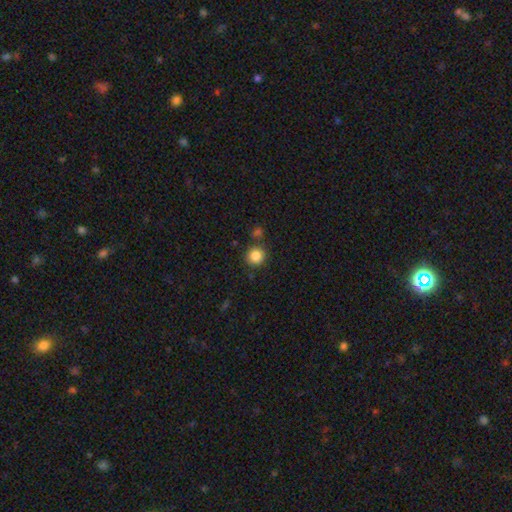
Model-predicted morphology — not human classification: A smooth galaxy with no disk features (86%) that is round (93%). Merging: none (80%).